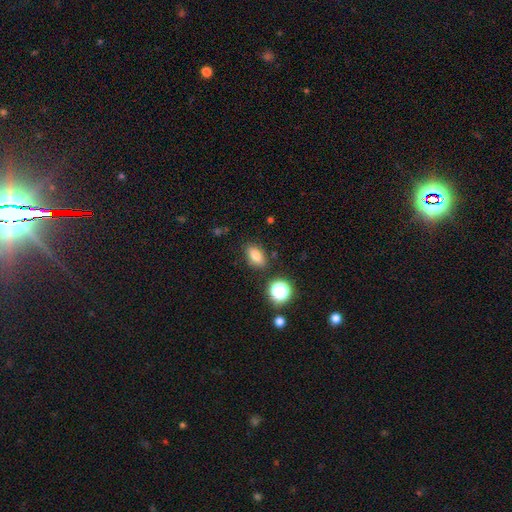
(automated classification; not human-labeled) The model was most divided on "smooth or featured": smooth: 78%, star or artifact: 13%, featured or disk: 8%. More confident: how rounded — in between (84%); merging — none (83%).